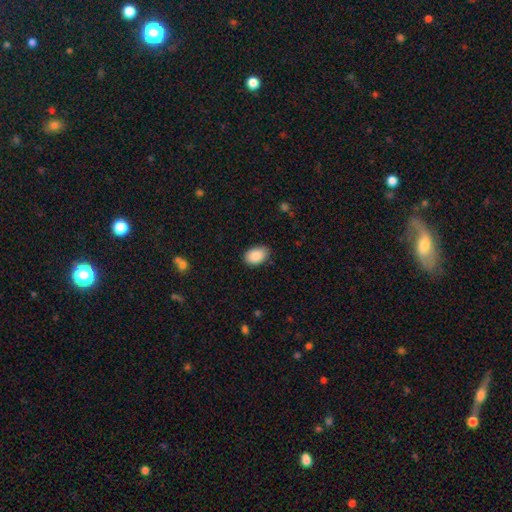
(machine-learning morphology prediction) The model was most divided on "merging": none: 85%, minor disturbance: 12%, major disturbance: 2%, merger: 1%. More confident: smooth or featured — smooth (90%); how rounded — in between (88%).